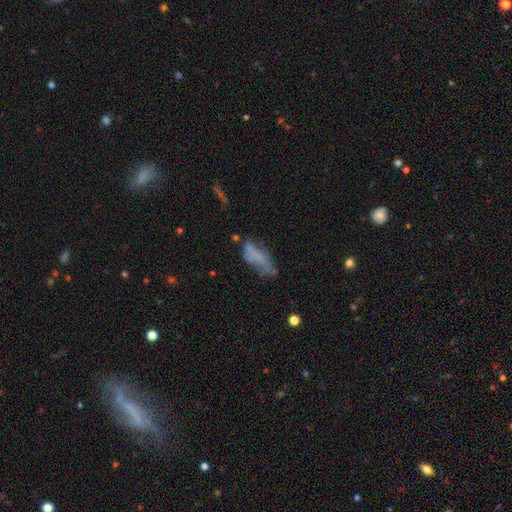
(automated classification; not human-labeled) smooth_or_featured: smooth (p=0.59) [alt: featured or disk p=0.29]
how_rounded: in between (p=0.72) [alt: cigar-shaped p=0.26]
merging: none (p=0.39) [alt: minor disturbance p=0.30]